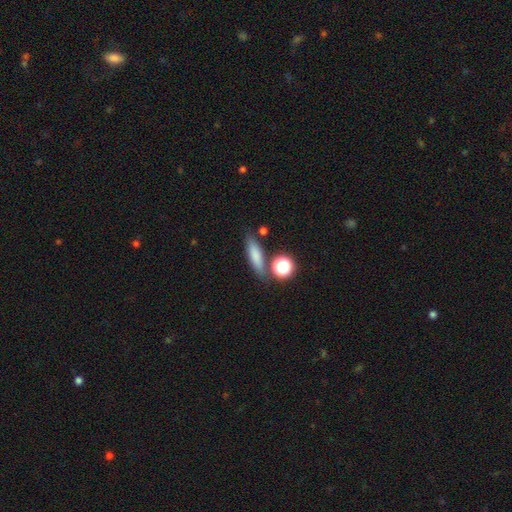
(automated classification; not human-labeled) Overall: smooth (76%). How rounded: cigar-shaped (58%; in between 33%). Merging: none (76%).